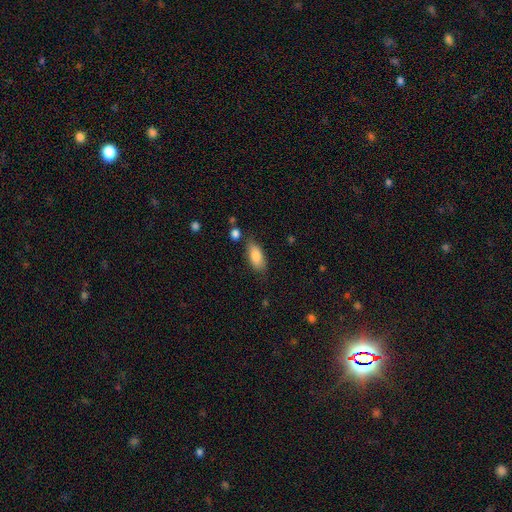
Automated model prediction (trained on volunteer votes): The model was most divided on "merging": none: 75%, minor disturbance: 17%, merger: 4%, major disturbance: 4%. More confident: how rounded — in between (86%); smooth or featured — smooth (84%).